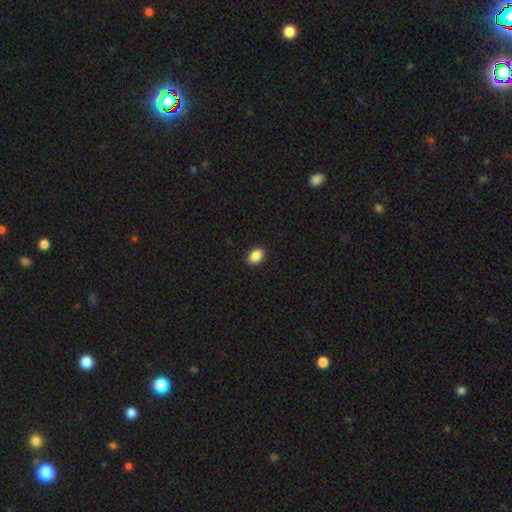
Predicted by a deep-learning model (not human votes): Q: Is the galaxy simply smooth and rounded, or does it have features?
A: smooth — 88%.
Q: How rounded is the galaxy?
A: in between — 80%.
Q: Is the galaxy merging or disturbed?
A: none — 91%.